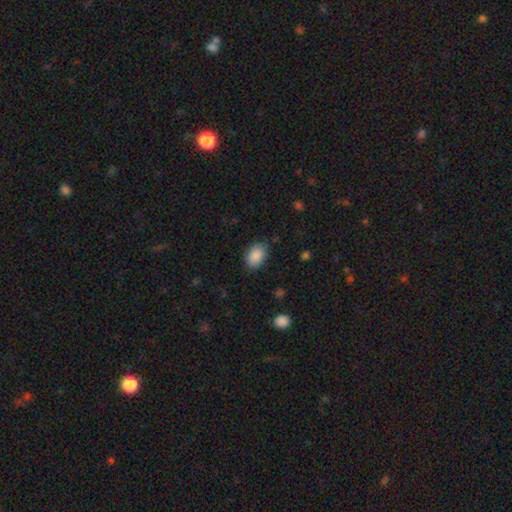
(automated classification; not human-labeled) Smooth or featured: smooth — 89% (star or artifact — 7%)
How rounded: in between — 81% (round — 18%)
Merging: none — 83% (minor disturbance — 13%)